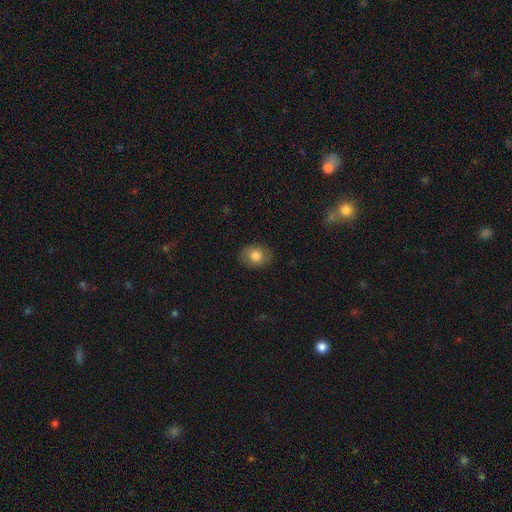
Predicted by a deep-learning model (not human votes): This appears to be a smooth galaxy with no disk features (80%) that is in between round and cigar-shaped (62%). Merging: none (87%).